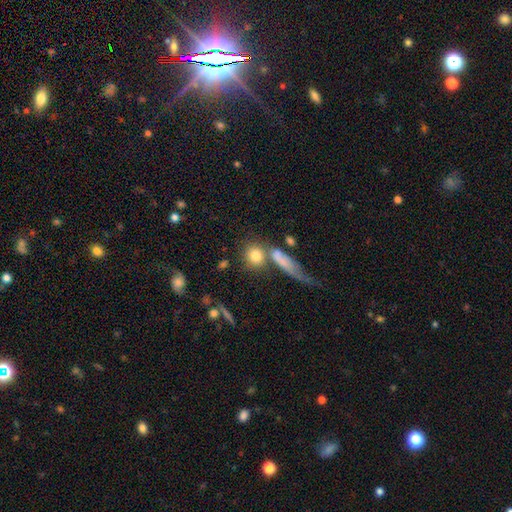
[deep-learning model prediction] A smooth galaxy with no disk features (78%) that is round (81%).

Vote fractions:
- Smooth or featured? smooth: 78% / featured or disk: 12% / star or artifact: 9%
- How rounded? round: 81% / in between: 14% / cigar-shaped: 5%
- Merging? none: 59% / merger: 23% / minor disturbance: 11% / major disturbance: 8%